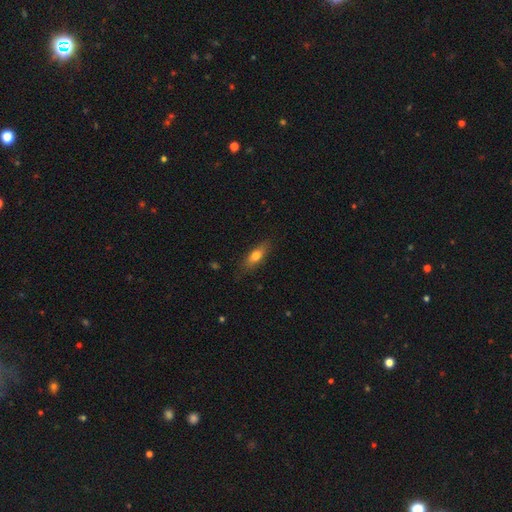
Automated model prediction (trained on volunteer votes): smooth_or_featured: smooth (p=0.68) [alt: featured or disk p=0.24]
how_rounded: in between (p=0.59) [alt: cigar-shaped p=0.37]
merging: none (p=0.80) [alt: minor disturbance p=0.16]